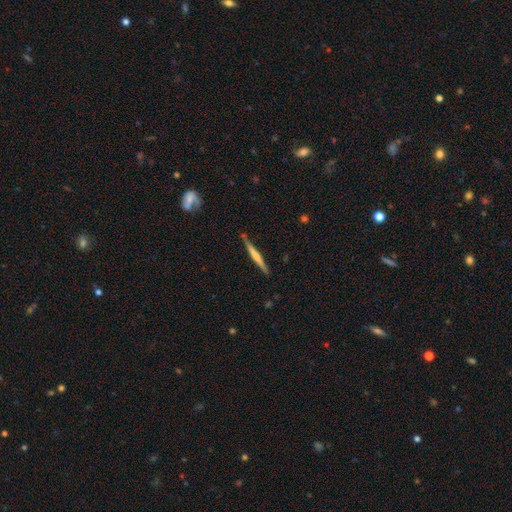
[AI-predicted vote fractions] Smooth or featured: featured or disk — 49% (smooth — 45%)
Merging: none — 85% (minor disturbance — 11%)